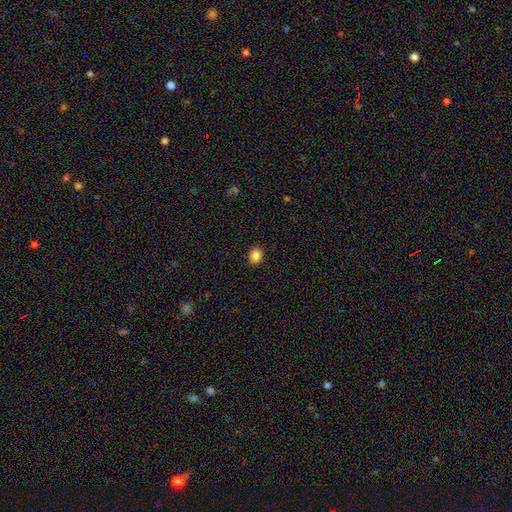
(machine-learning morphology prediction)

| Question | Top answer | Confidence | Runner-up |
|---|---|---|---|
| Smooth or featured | smooth | 85% | star or artifact (11%) |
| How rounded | round | 65% | in between (34%) |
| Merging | none | 90% | minor disturbance (7%) |